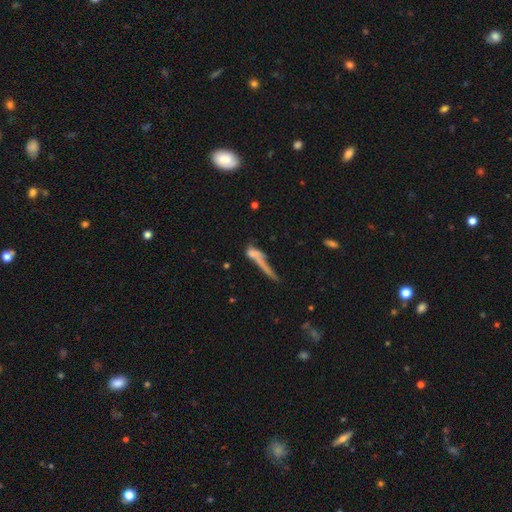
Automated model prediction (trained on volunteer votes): Smooth or featured? Predicted: smooth (p=0.55). How rounded? Predicted: cigar-shaped (p=0.73). Merging? Predicted: none (p=0.30).